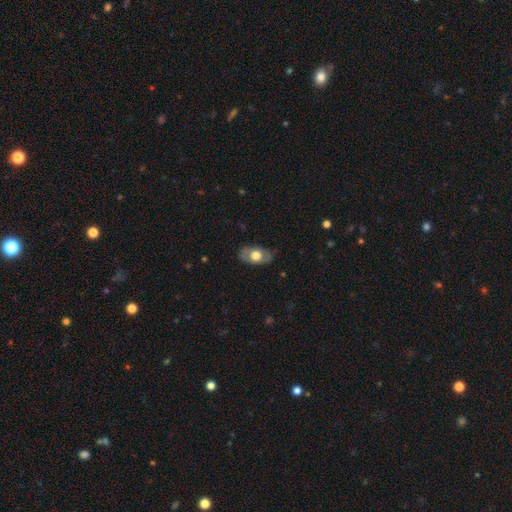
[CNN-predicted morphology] type=smooth (56%); roundness=in between (89%); merging=none (79%).